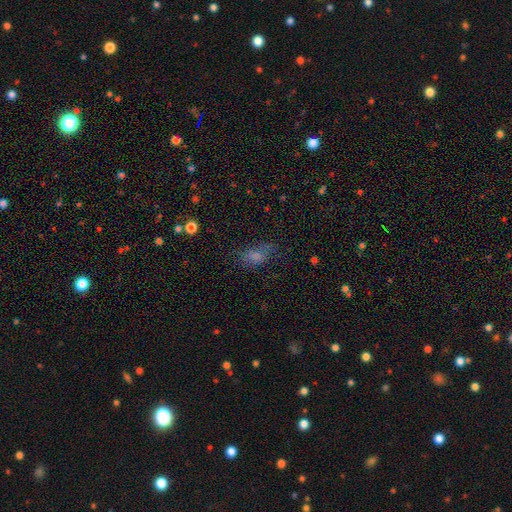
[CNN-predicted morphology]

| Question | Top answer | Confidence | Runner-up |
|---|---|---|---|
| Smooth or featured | smooth | 66% | featured or disk (17%) |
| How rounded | in between | 81% | round (11%) |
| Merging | none | 58% | minor disturbance (23%) |